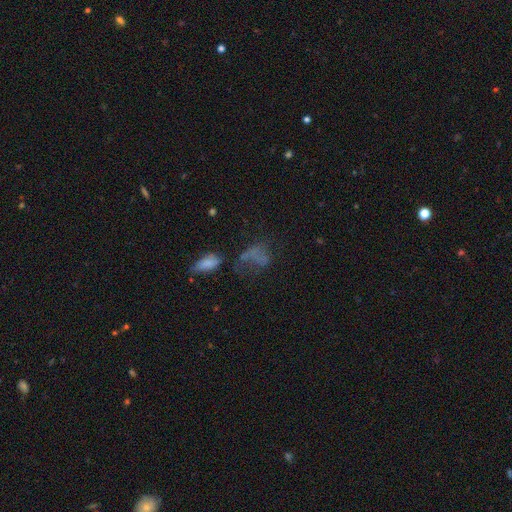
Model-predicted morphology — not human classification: Overall: smooth (49%; featured or disk 27%). Merging: major disturbance (33%; none 30%).